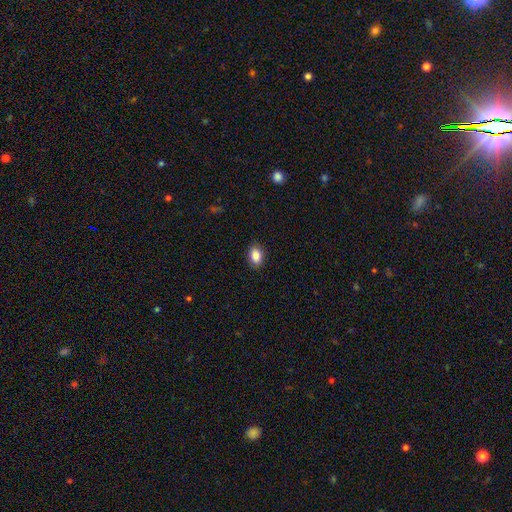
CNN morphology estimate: type=smooth (86%); roundness=in between (78%); merging=none (89%).